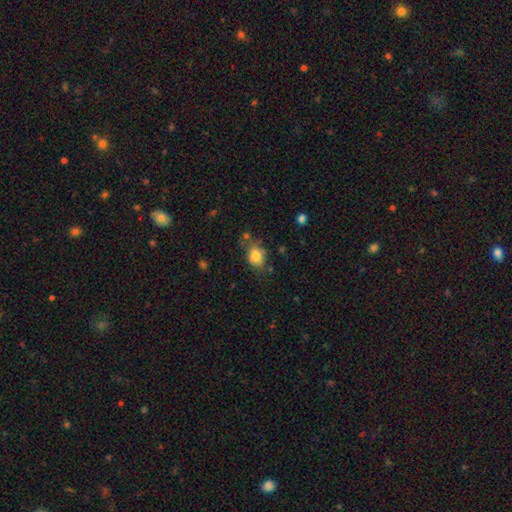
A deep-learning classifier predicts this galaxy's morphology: Smooth or featured?
  - smooth: 79% *
  - featured or disk: 12%
  - star or artifact: 9%
How rounded?
  - in between: 69% *
  - round: 29%
  - cigar-shaped: 1%
Merging?
  - none: 61% *
  - minor disturbance: 24%
  - major disturbance: 8%
  - merger: 7%